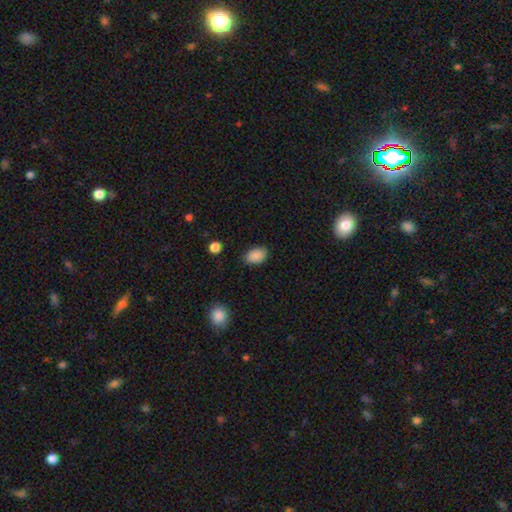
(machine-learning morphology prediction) A smooth galaxy with no disk features (89%) that is in between round and cigar-shaped (86%). Merging: none (84%).